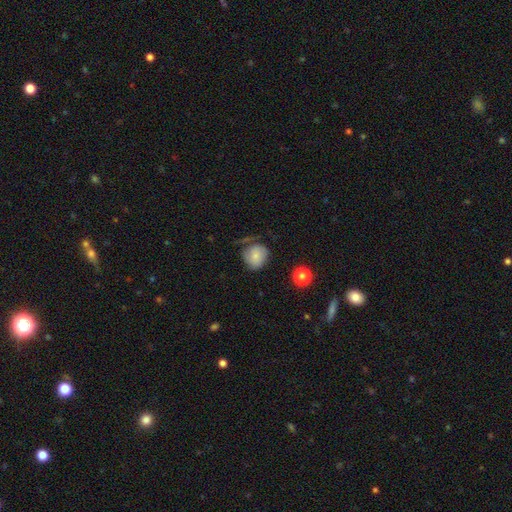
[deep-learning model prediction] This is likely a smooth galaxy (74%). How rounded: likely round (78%). Merging: possibly none (48%).